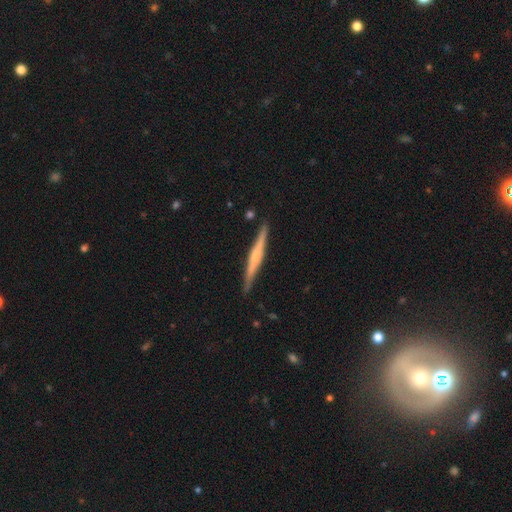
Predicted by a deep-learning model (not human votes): Morphology: type=featured or disk (65%); edge-on=yes (98%); edge-on bulge=rounded (52%); merging=none (89%).